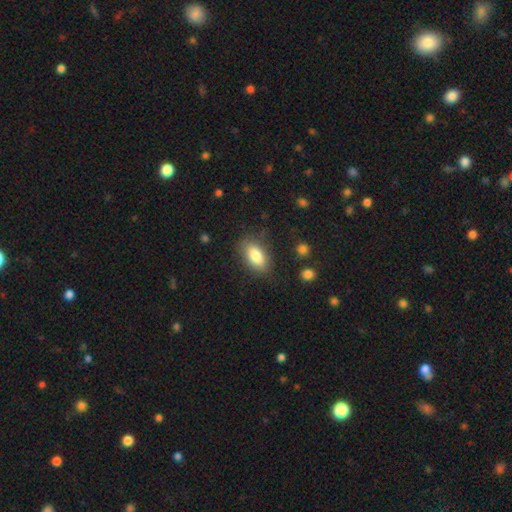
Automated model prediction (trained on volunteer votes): Overall: smooth (84%). How rounded: in between (90%). Merging: none (81%).